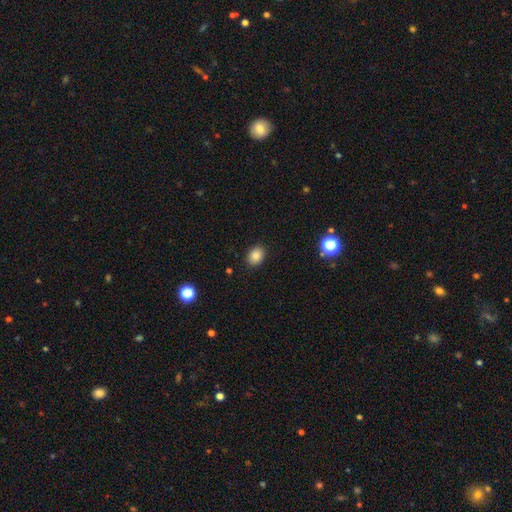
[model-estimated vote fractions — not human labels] Smooth or featured? Predicted: smooth (p=0.85). How rounded? Predicted: in between (p=0.63). Merging? Predicted: none (p=0.89).